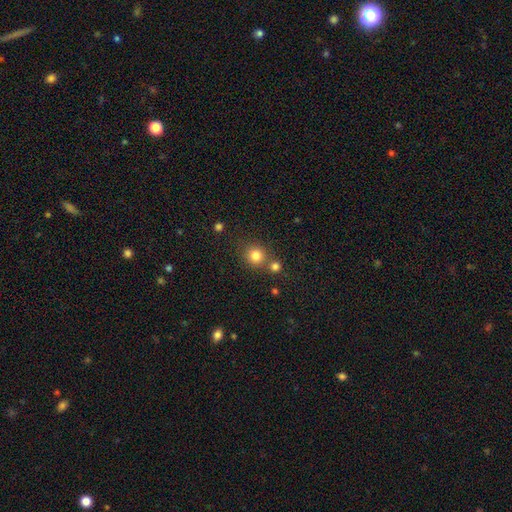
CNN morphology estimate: A smooth galaxy with no disk features (81%) that is round (90%).

Vote fractions:
- Smooth or featured? smooth: 81% / star or artifact: 13% / featured or disk: 6%
- How rounded? round: 90% / in between: 9% / cigar-shaped: 1%
- Merging? none: 70% / merger: 19% / minor disturbance: 8% / major disturbance: 3%